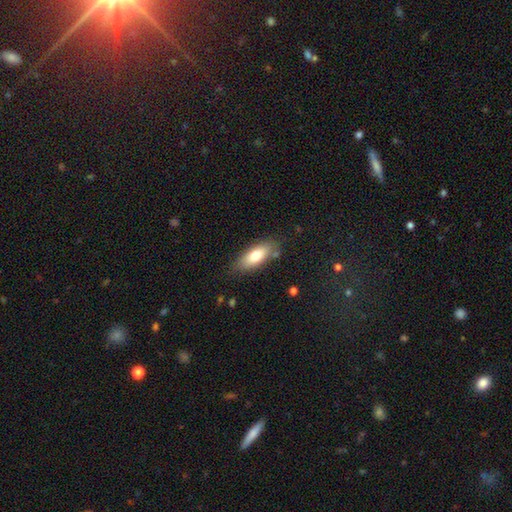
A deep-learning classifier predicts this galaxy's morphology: Smooth or featured: smooth — 72% (featured or disk — 20%)
How rounded: in between — 79% (cigar-shaped — 19%)
Merging: none — 80% (minor disturbance — 14%)